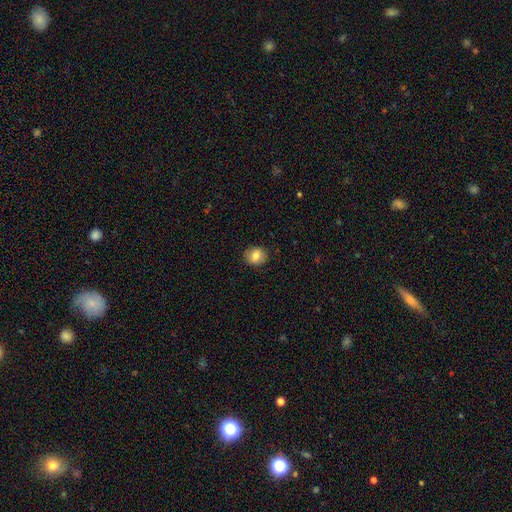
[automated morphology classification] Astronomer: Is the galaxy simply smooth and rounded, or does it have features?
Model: smooth — 80%.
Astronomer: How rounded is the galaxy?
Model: round — 66%.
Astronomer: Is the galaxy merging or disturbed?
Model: none — 87%.